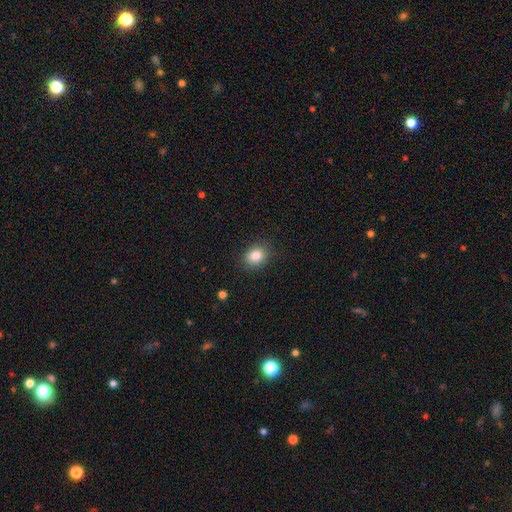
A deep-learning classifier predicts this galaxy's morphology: The model was most divided on "how rounded": round: 53%, in between: 46%, cigar-shaped: 1%. More confident: merging — none (86%); smooth or featured — smooth (83%).